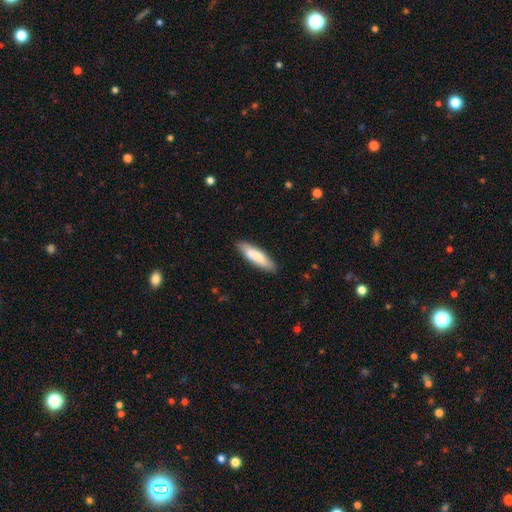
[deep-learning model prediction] smooth-or-featured: smooth: 78% | featured or disk: 16% | star or artifact: 6%
  how-rounded: cigar-shaped: 63% | in between: 36% | round: 1%
  merging: none: 84% | minor disturbance: 12% | major disturbance: 2% | merger: 2%